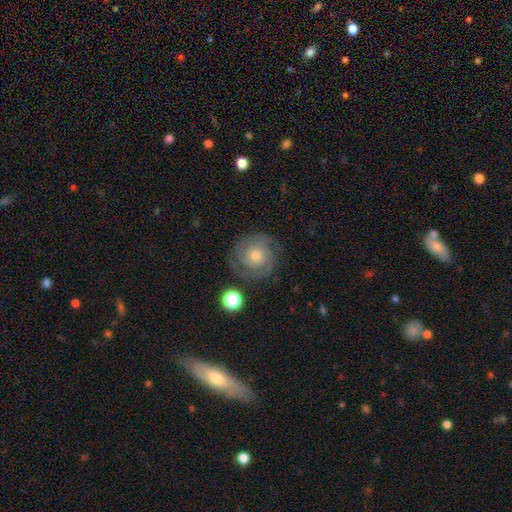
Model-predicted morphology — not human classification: This appears to be a featured or disk galaxy (80%) with no bar (82%), 2 (46%) tight (72%) spiral arms (95%) and a small central bulge (53%). Merging: none (82%).